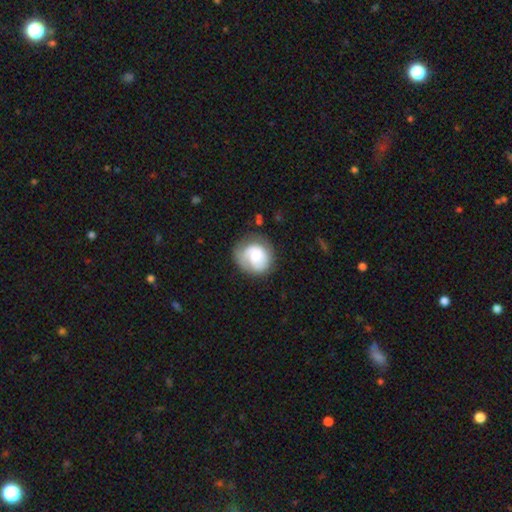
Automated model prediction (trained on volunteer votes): This is possibly a smooth galaxy (48%). Merging: likely none (65%).